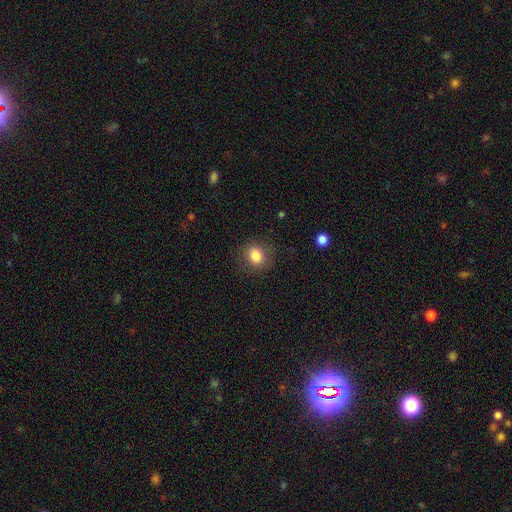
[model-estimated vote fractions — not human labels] Overall: smooth (84%). How rounded: round (67%; in between 32%). Merging: none (82%).